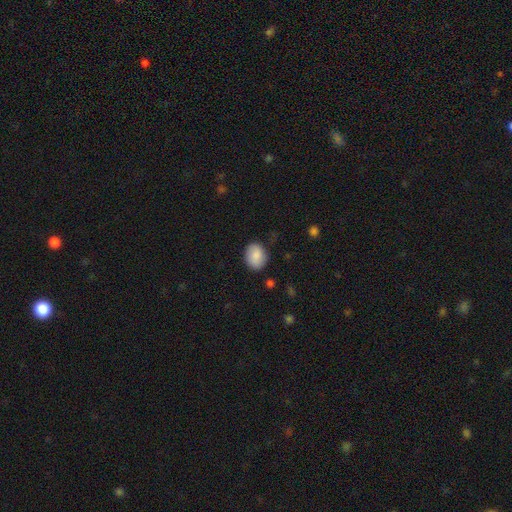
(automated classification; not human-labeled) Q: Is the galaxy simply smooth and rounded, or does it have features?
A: smooth — 86%.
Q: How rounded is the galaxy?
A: in between — 55%.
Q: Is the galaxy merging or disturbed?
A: none — 83%.